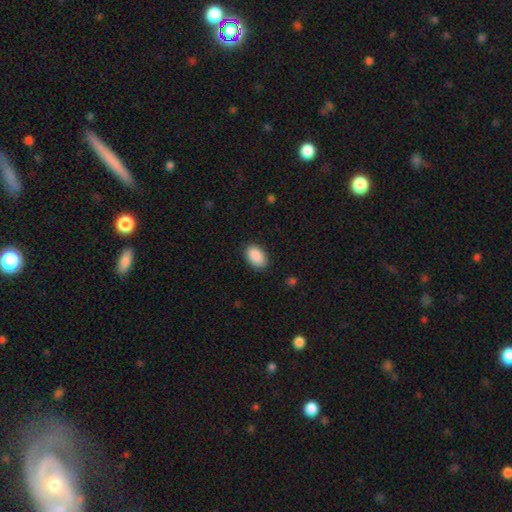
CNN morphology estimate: Q: Smooth or featured?
A: smooth (91%); runner-up: star or artifact (7%)
Q: How rounded?
A: in between (92%); runner-up: round (7%)
Q: Merging?
A: none (86%); runner-up: minor disturbance (11%)